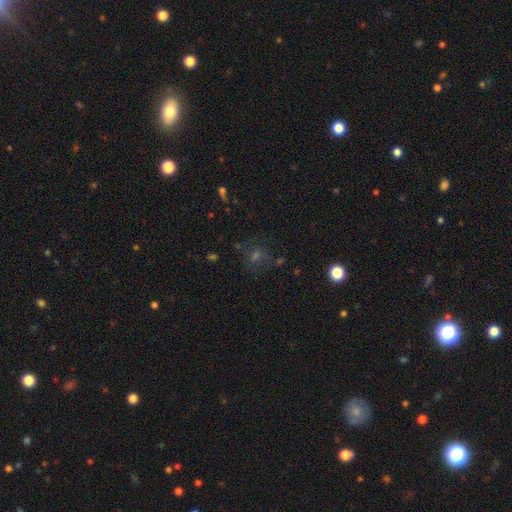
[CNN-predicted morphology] Smooth or featured? smooth (39%, tied with star or artifact)
Merging? none (71%)